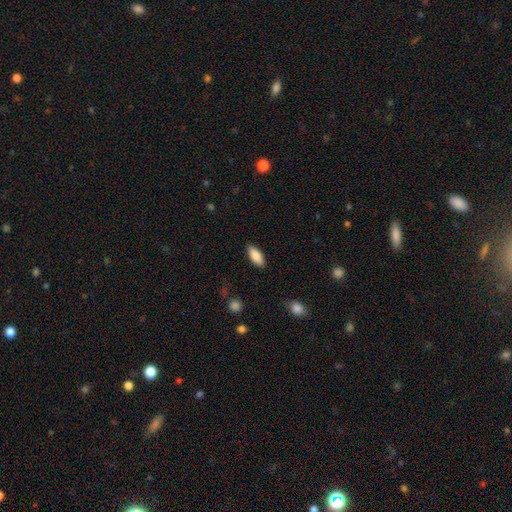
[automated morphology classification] type=smooth (86%); roundness=in between (81%); merging=none (87%).